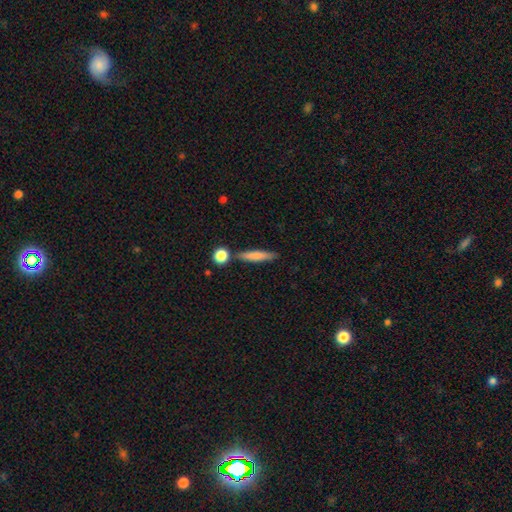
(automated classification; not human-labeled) Smooth or featured? smooth (73%)
How rounded? cigar-shaped (85%)
Merging? none (79%)